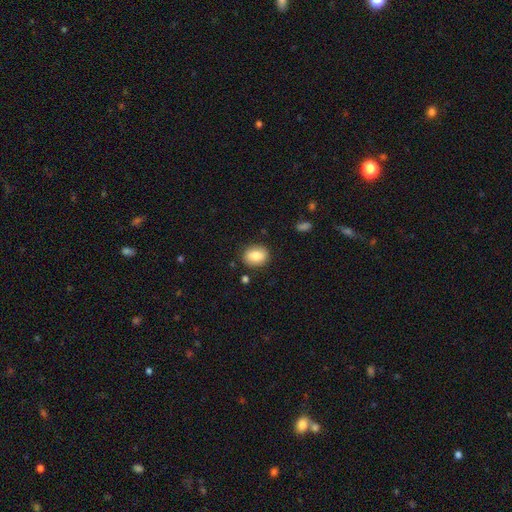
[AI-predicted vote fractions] Smooth or featured? smooth (82%)
How rounded? in between (57%)
Merging? none (85%)